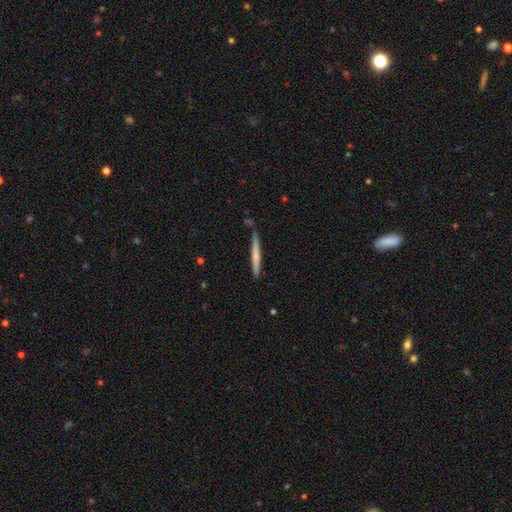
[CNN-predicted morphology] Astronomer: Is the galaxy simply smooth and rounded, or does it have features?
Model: smooth — 62%.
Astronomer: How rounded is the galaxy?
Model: cigar-shaped — 96%.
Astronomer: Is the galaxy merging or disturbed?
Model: none — 81%.